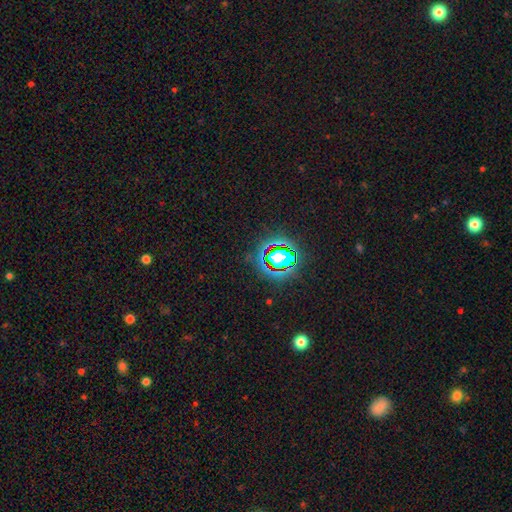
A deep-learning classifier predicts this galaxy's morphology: Smooth or featured? Predicted: star or artifact (p=0.81).